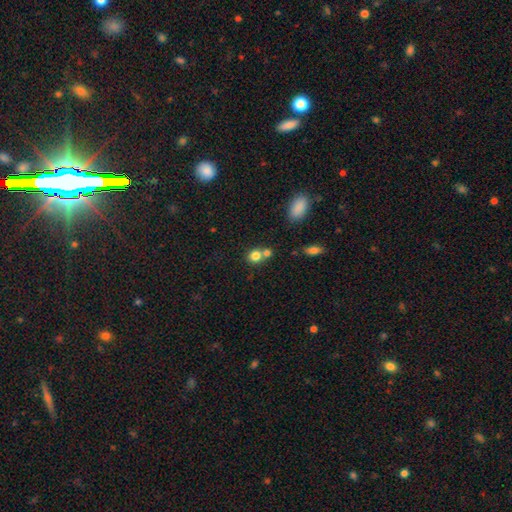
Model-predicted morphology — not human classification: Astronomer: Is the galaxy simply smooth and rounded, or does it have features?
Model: smooth — 80%.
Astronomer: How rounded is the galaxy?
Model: round — 79%.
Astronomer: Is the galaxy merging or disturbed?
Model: none — 47% (runner-up: merger, 42%).